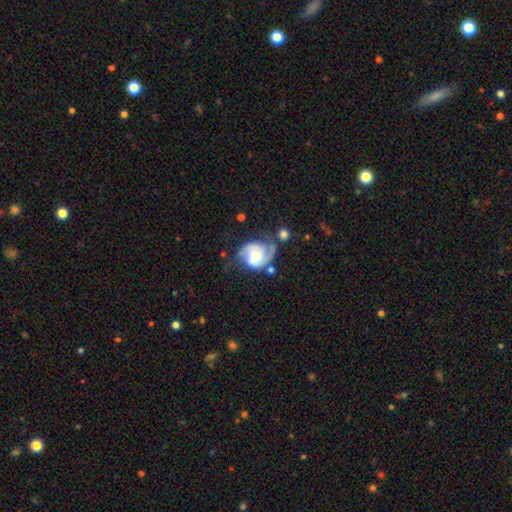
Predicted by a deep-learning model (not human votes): Overall: featured or disk (81%). Edge-on disk: no (98%). Bar: no (66%; weak 27%). Spiral arms: yes (94%). Spiral arm count: 2 (76%). Spiral winding: medium (44%; tight 36%). Bulge size: moderate (57%; small 30%). Merging: none (46%; minor disturbance 25%).